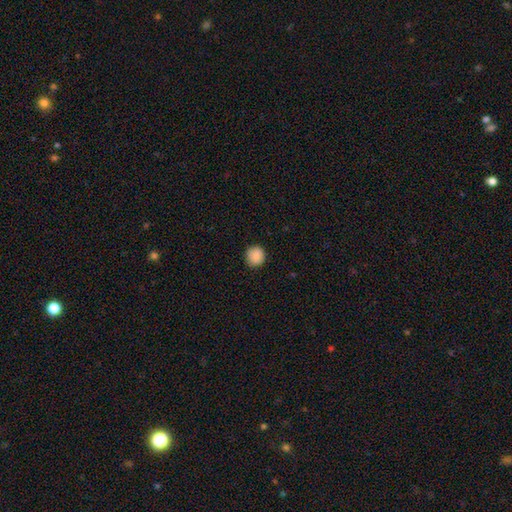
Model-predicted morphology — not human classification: The model was most divided on "smooth or featured": smooth: 89%, star or artifact: 8%, featured or disk: 3%. More confident: how rounded — round (91%); merging — none (90%).